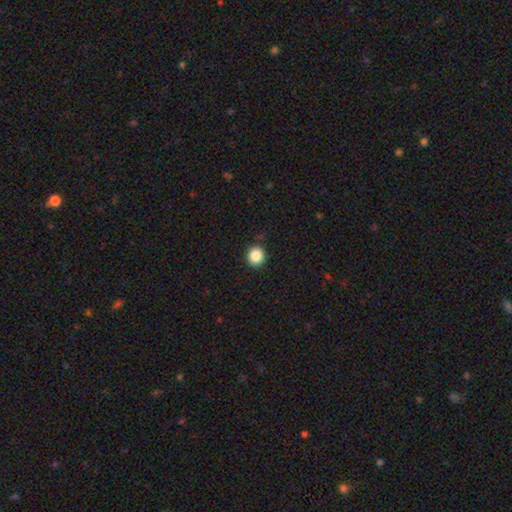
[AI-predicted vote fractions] Smooth or featured? smooth (87%)
How rounded? round (89%)
Merging? none (89%)